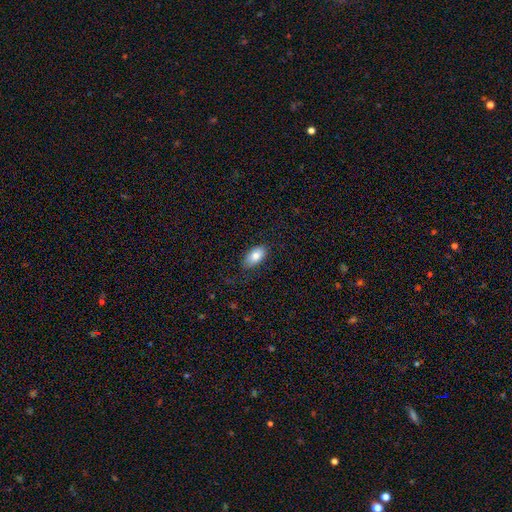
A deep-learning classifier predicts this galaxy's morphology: A smooth galaxy with no disk features (81%) that is in between round and cigar-shaped (93%). Merging: none (80%).